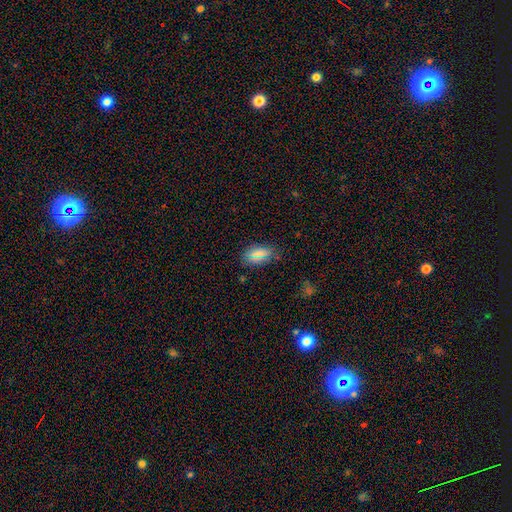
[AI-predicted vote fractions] smooth_or_featured: smooth (p=0.80) [alt: star or artifact p=0.10]
how_rounded: in between (p=0.89) [alt: cigar-shaped p=0.07]
merging: none (p=0.75) [alt: minor disturbance p=0.19]